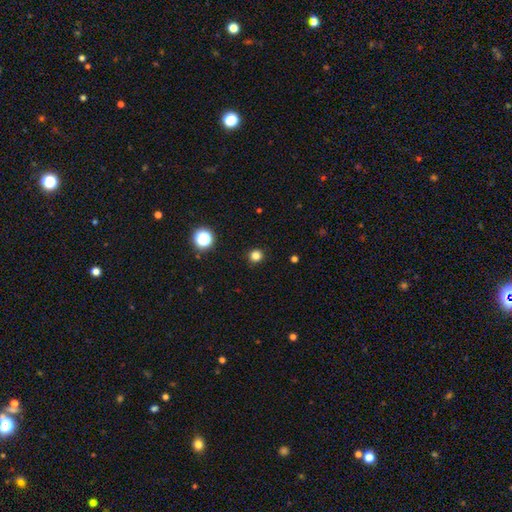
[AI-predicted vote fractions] Overall: smooth (82%). How rounded: round (93%). Merging: none (92%).